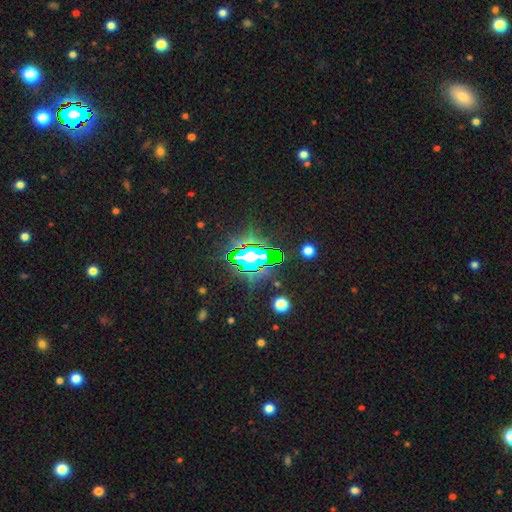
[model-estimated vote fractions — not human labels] Smooth or featured: star or artifact — 73% (smooth — 16%)